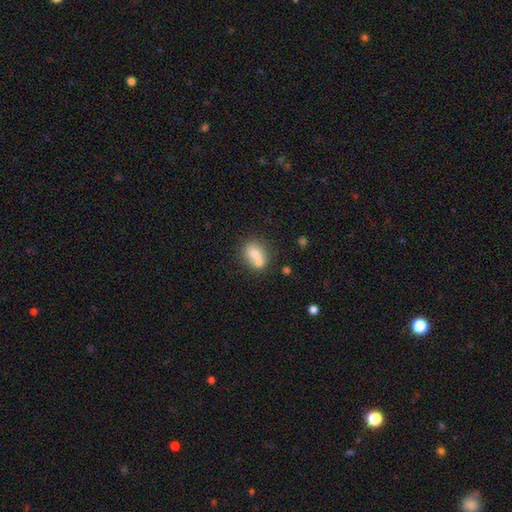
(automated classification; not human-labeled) Morphology: type=smooth (70%); roundness=in between (62%); merging=merger (52%).